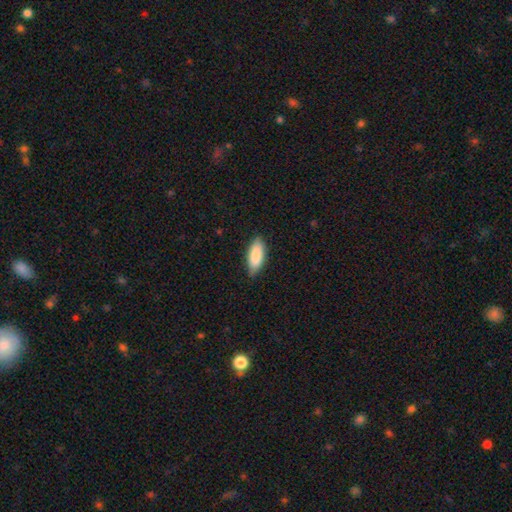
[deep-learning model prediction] A smooth galaxy with no disk features (87%) that is in between round and cigar-shaped (78%). Merging: none (83%).